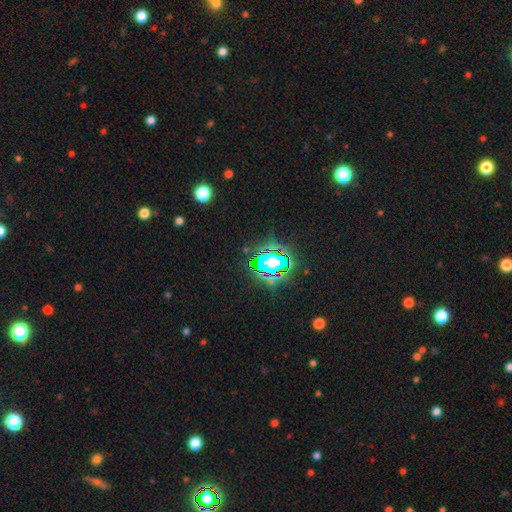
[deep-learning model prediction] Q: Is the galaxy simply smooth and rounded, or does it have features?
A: star or artifact — 84%.